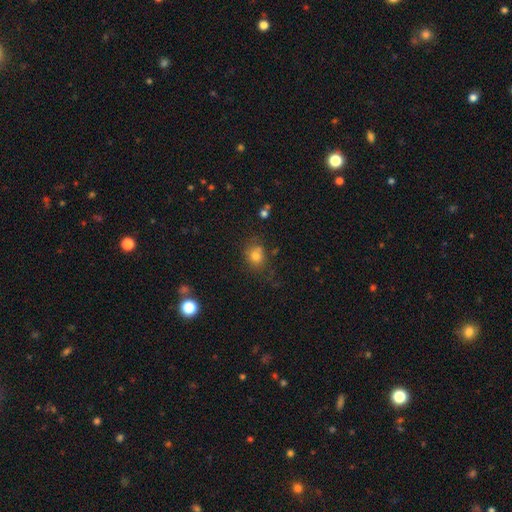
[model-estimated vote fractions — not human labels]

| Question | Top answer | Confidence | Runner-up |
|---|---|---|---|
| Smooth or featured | smooth | 77% | star or artifact (14%) |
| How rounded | round | 55% | in between (44%) |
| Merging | none | 66% | minor disturbance (20%) |